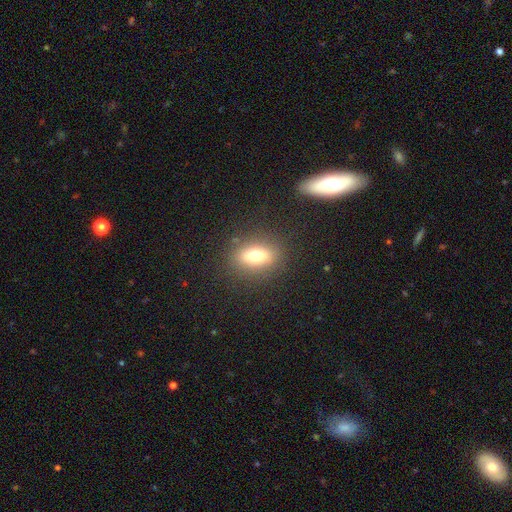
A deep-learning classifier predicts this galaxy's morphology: This is likely a smooth galaxy (67%). How rounded: likely in between (68%). Merging: clearly none (85%).